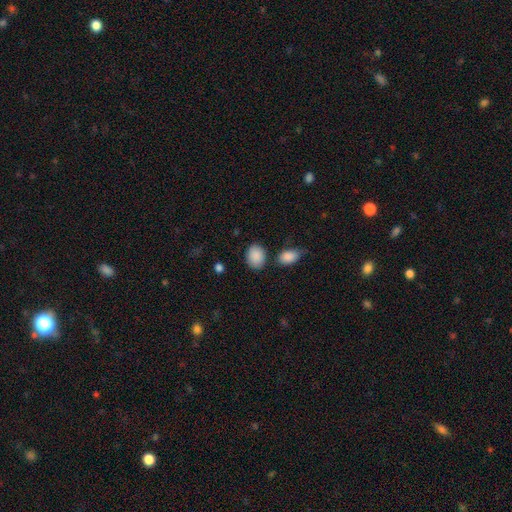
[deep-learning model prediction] A smooth galaxy with no disk features (89%) that is in between round and cigar-shaped (66%). Merging: none (75%).